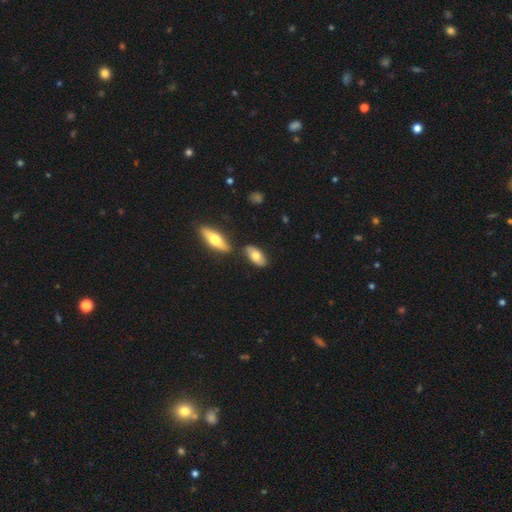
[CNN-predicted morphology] The model was most divided on "smooth or featured": smooth: 69%, featured or disk: 25%, star or artifact: 6%. More confident: how rounded — in between (88%); merging — none (73%).